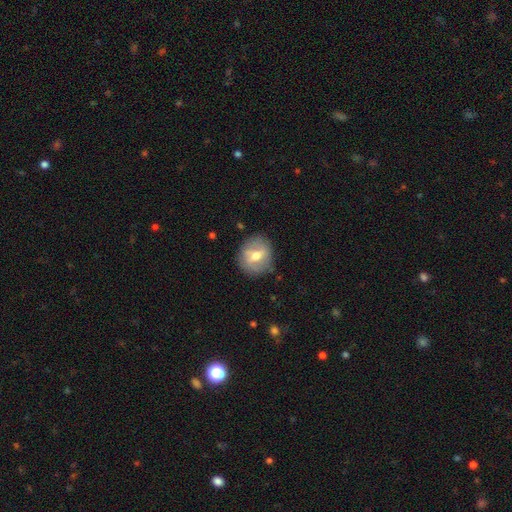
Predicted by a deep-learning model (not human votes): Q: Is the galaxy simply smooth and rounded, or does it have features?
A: featured or disk — 49%.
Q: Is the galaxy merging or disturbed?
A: none — 79%.